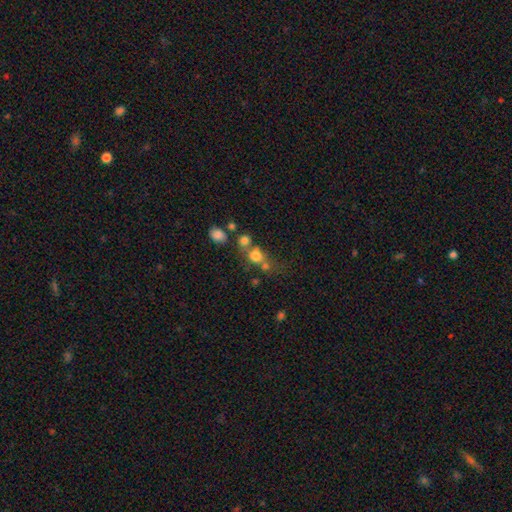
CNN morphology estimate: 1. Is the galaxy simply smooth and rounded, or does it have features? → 74% smooth, 15% star or artifact, 12% featured or disk.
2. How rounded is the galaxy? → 78% round, 21% in between, 1% cigar-shaped.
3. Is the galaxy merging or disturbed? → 41% merger, 40% none, 10% minor disturbance, 8% major disturbance.